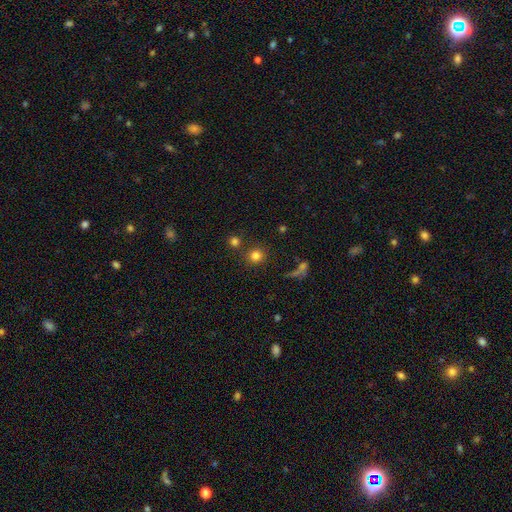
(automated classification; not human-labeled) This appears to be a smooth galaxy with no disk features (80%) that is round (92%). Merging: none (78%).